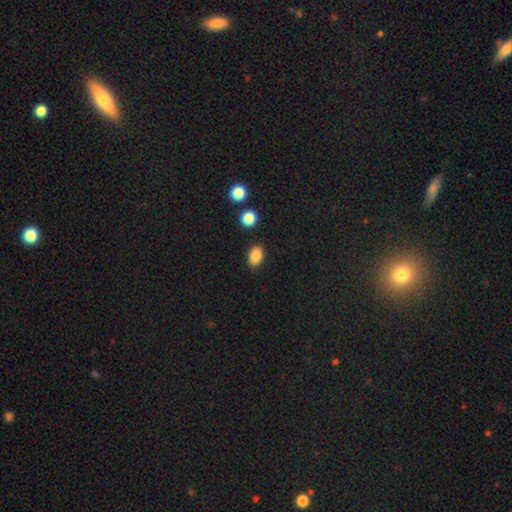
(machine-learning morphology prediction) type=smooth (86%); roundness=in between (82%); merging=none (88%).